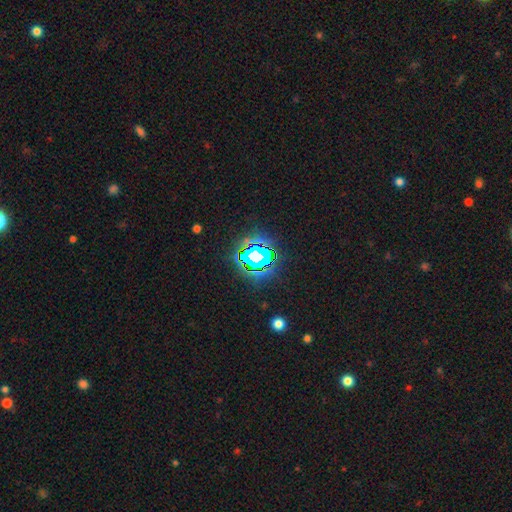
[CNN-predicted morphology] Smooth or featured: star or artifact — 69% (smooth — 17%)